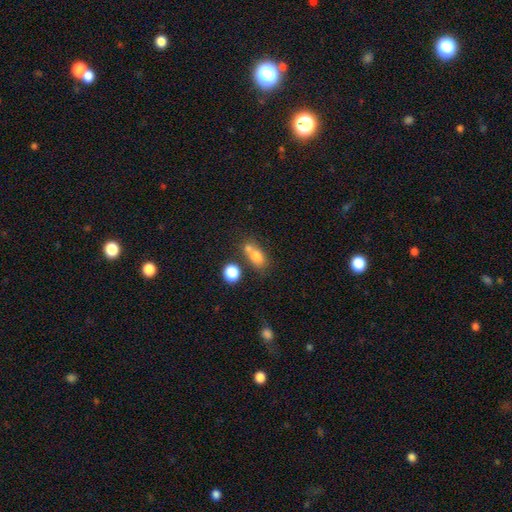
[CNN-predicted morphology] Q: Smooth or featured?
A: smooth (76%); runner-up: featured or disk (12%)
Q: How rounded?
A: in between (61%); runner-up: round (36%)
Q: Merging?
A: merger (43%); runner-up: none (40%)